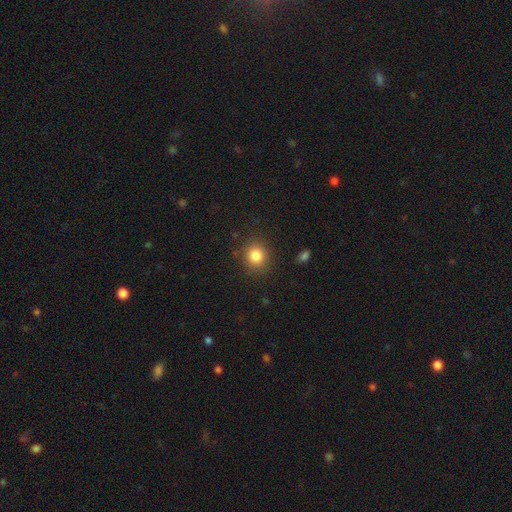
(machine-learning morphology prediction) The model was most divided on "how rounded": round: 85%, in between: 14%, cigar-shaped: 1%. More confident: merging — none (85%); smooth or featured — smooth (84%).